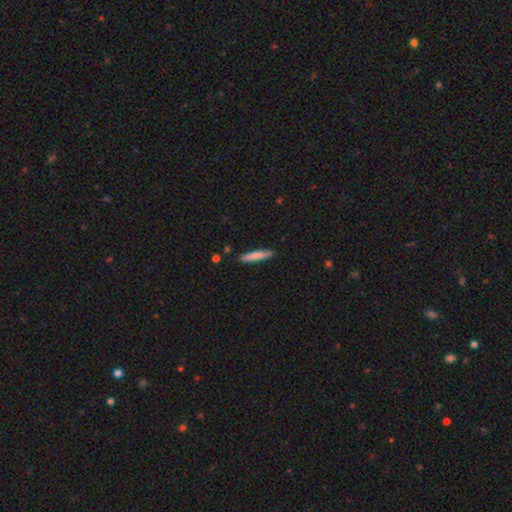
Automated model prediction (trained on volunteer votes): Q: Smooth or featured?
A: smooth (78%); runner-up: featured or disk (16%)
Q: How rounded?
A: cigar-shaped (91%); runner-up: in between (8%)
Q: Merging?
A: none (88%); runner-up: minor disturbance (8%)